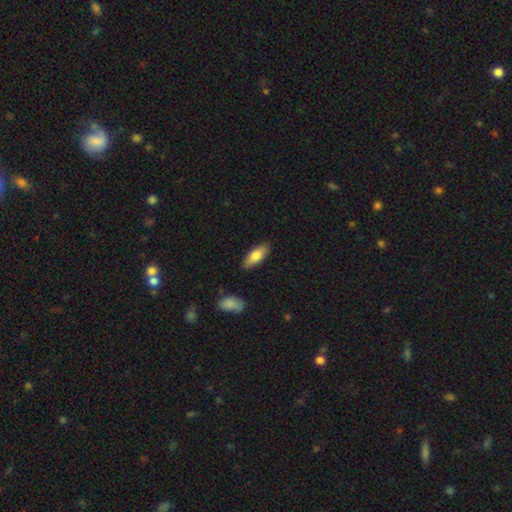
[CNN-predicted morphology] type=smooth (79%); roundness=in between (78%); merging=none (86%).